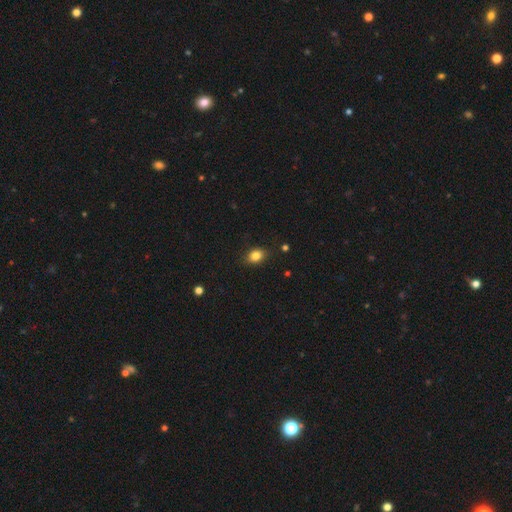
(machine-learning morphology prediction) Smooth or featured: smooth — 84% (star or artifact — 10%)
How rounded: in between — 69% (round — 30%)
Merging: none — 84% (minor disturbance — 12%)